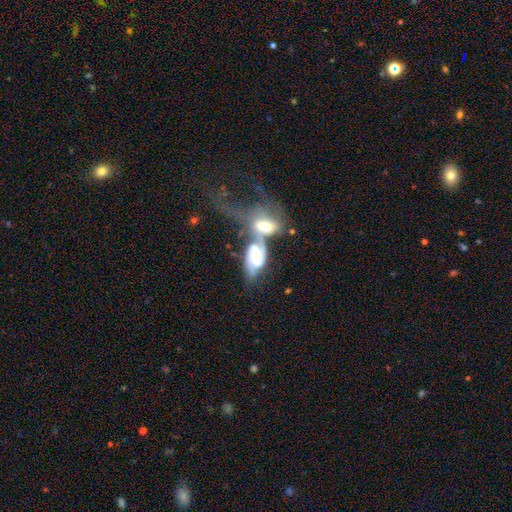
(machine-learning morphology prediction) Overall: featured or disk (83%). Edge-on disk: no (96%). Bar: weak (43%; no 32%). Spiral arms: yes (96%). Spiral arm count: 2 (86%). Spiral winding: medium (47%; tight 35%). Bulge size: moderate (43%; small 36%). Merging: merger (65%).